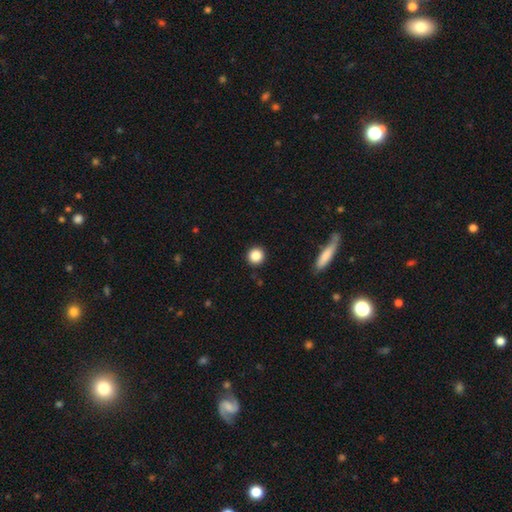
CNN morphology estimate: A smooth galaxy with no disk features (86%) that is round (94%). Merging: none (91%).